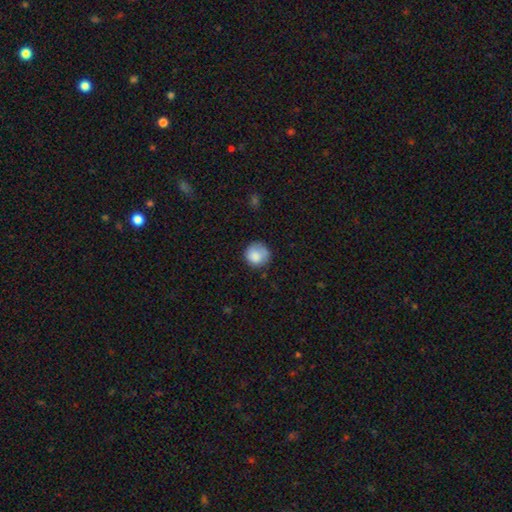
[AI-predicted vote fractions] The model was most divided on "merging": none: 69%, minor disturbance: 22%, major disturbance: 6%, merger: 2%. More confident: how rounded — round (90%); smooth or featured — smooth (84%).